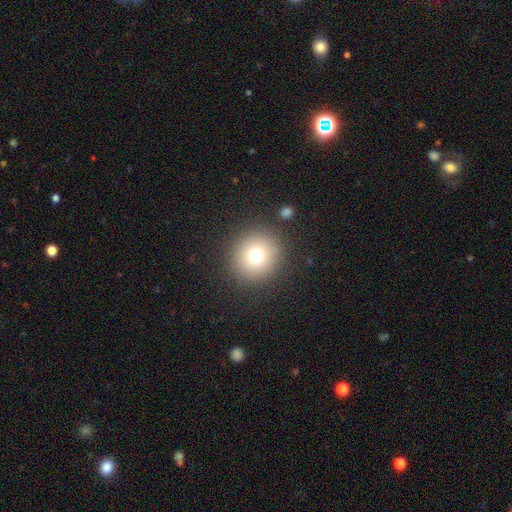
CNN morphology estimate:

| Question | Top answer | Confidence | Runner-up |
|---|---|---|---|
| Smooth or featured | smooth | 74% | star or artifact (15%) |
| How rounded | round | 94% | in between (5%) |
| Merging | none | 90% | minor disturbance (6%) |